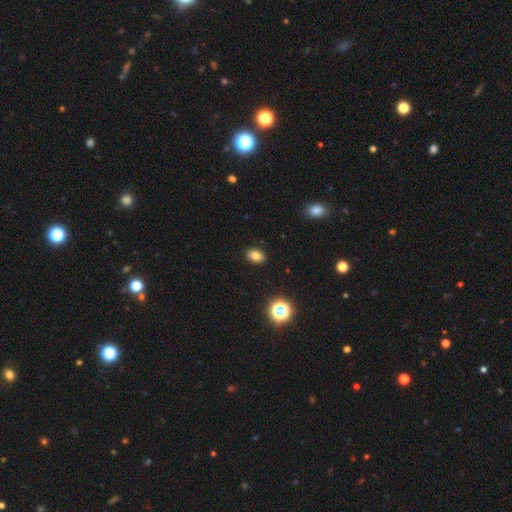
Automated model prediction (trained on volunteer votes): Smooth or featured?
  - smooth: 80% *
  - star or artifact: 13%
  - featured or disk: 7%
How rounded?
  - in between: 79% *
  - round: 20%
  - cigar-shaped: 1%
Merging?
  - none: 90% *
  - minor disturbance: 7%
  - major disturbance: 2%
  - merger: 1%